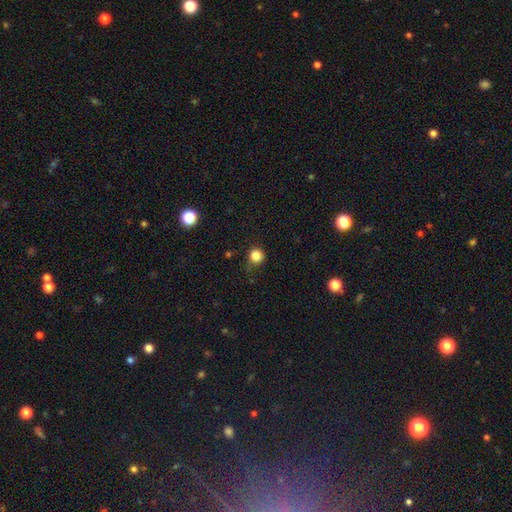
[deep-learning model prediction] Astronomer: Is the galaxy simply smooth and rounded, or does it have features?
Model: smooth — 84%.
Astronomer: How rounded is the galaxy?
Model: round — 92%.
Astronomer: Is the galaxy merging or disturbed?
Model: none — 75%.